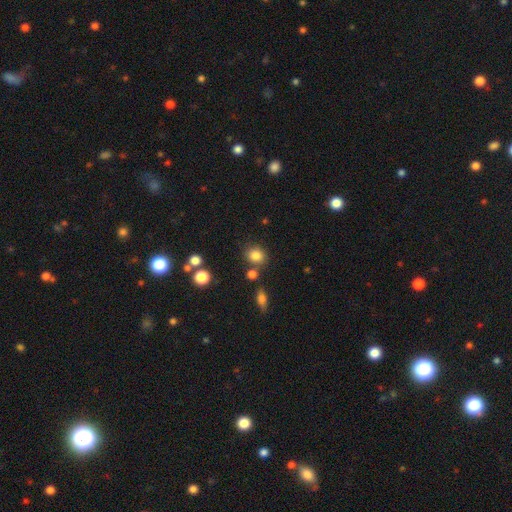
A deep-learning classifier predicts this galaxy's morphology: Smooth or featured: smooth — 83% (star or artifact — 11%)
How rounded: round — 68% (in between — 31%)
Merging: none — 75% (minor disturbance — 12%)